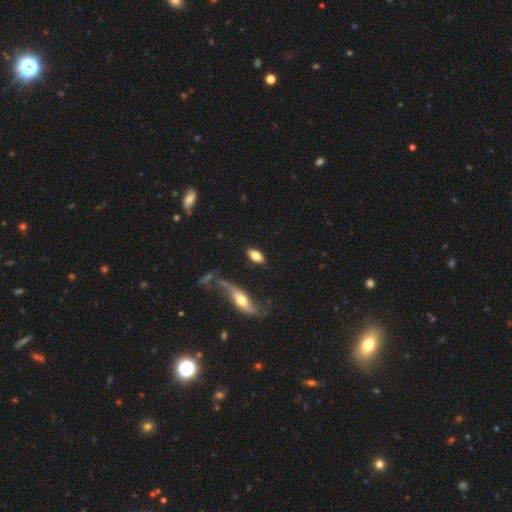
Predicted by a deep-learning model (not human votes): smooth 73%, featured or disk 20%, star or artifact 7%. Down the decision tree: how rounded — in between (87%); merging — none (79%).